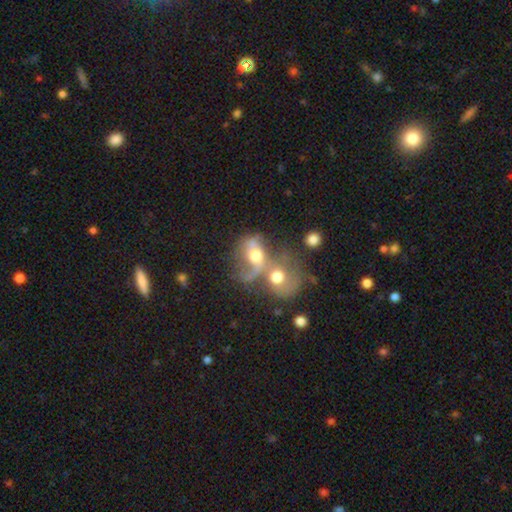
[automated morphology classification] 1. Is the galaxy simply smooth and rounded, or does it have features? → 51% featured or disk, 37% smooth, 11% star or artifact.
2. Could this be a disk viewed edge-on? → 95% no, 5% yes.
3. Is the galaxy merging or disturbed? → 63% merger, 16% none, 13% major disturbance, 8% minor disturbance.